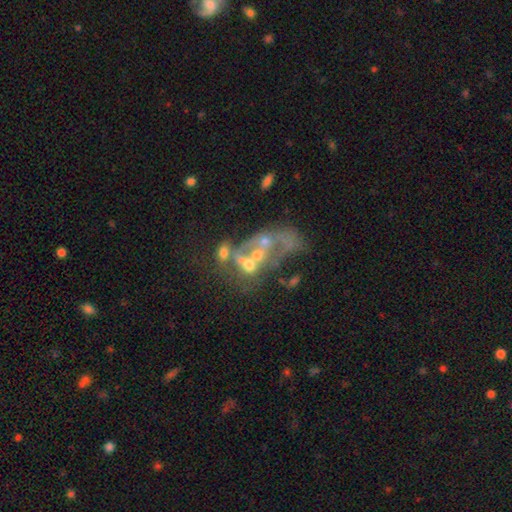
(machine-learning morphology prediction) Smooth or featured?
  - featured or disk: 63% *
  - smooth: 19%
  - star or artifact: 17%
Edge-on disk?
  - no: 97% *
  - yes: 3%
Bar?
  - no: 87% *
  - weak: 10%
  - strong: 3%
Spiral arms?
  - no: 83% *
  - yes: 17%
Bulge size?
  - none: 36% *
  - small: 30%
  - moderate: 28%
  - large: 3%
  - dominant: 2%
Merging?
  - merger: 48% *
  - major disturbance: 27%
  - none: 16%
  - minor disturbance: 9%